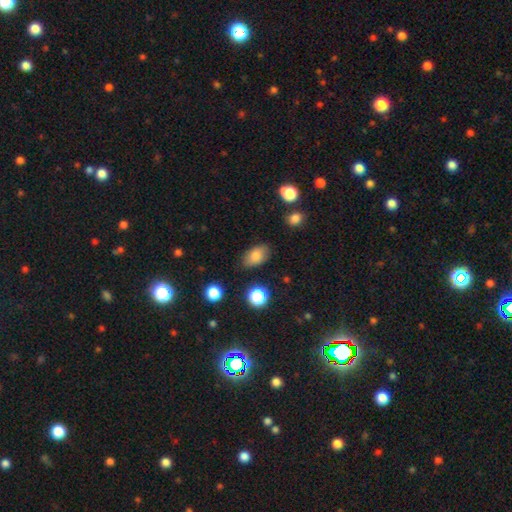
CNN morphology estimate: The model was most divided on "merging": none: 82%, minor disturbance: 13%, major disturbance: 3%, merger: 2%. More confident: how rounded — in between (89%); smooth or featured — smooth (82%).